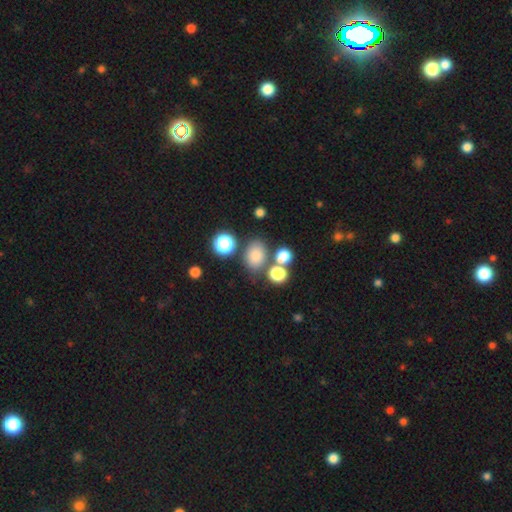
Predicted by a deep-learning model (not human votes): Smooth or featured: smooth — 78% (star or artifact — 14%)
How rounded: in between — 66% (round — 32%)
Merging: none — 68% (merger — 15%)